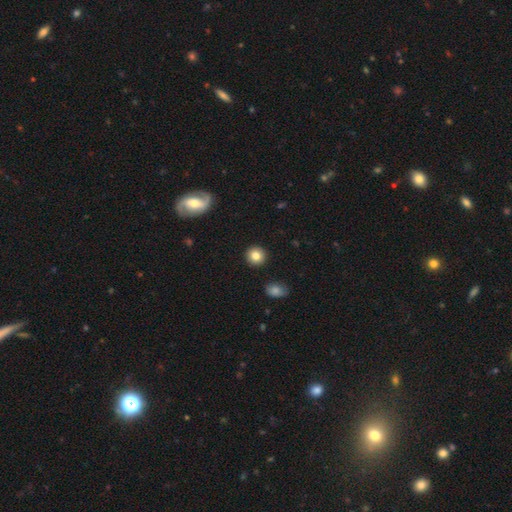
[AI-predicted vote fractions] A smooth galaxy with no disk features (83%) that is round (92%).

Vote fractions:
- Smooth or featured? smooth: 83% / star or artifact: 9% / featured or disk: 8%
- How rounded? round: 92% / in between: 7% / cigar-shaped: 1%
- Merging? none: 92% / minor disturbance: 5% / major disturbance: 2% / merger: 2%